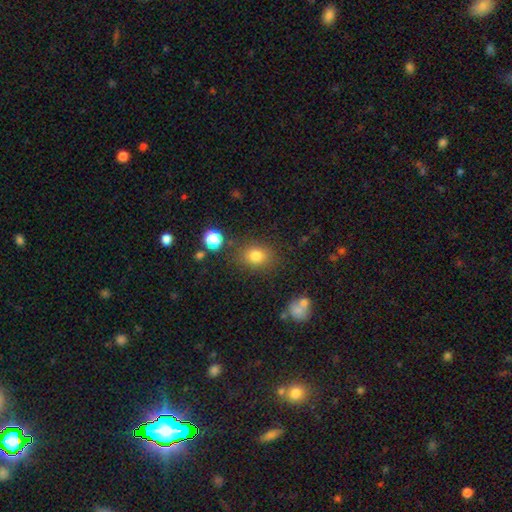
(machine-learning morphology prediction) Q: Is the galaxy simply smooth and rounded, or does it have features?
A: smooth — 79%.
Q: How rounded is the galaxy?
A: round — 57%.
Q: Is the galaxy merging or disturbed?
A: none — 80%.